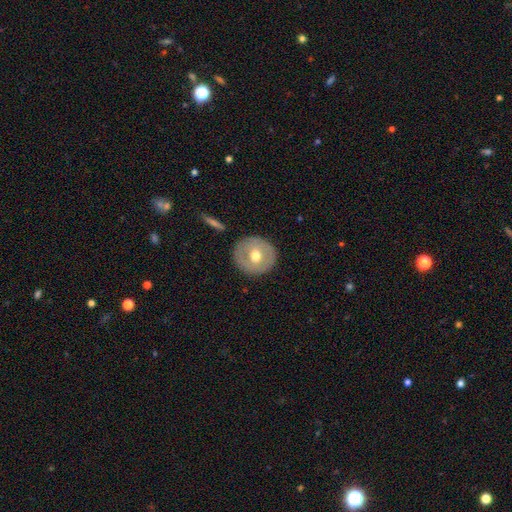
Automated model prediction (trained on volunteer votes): Overall: smooth (51%; featured or disk 43%). How rounded: round (90%). Merging: none (87%).